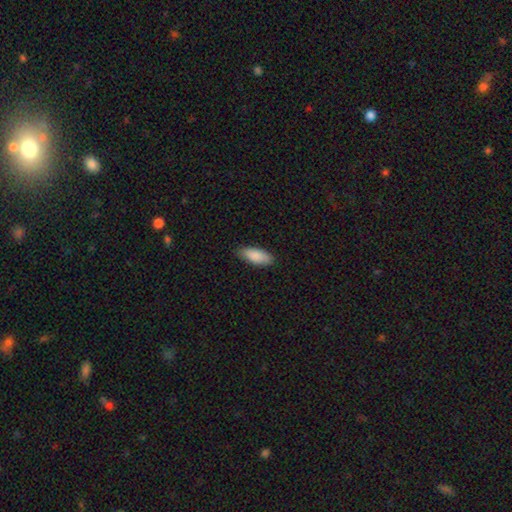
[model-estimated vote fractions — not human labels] This appears to be a smooth galaxy with no disk features (88%) that is in between round and cigar-shaped (81%). Merging: none (85%).